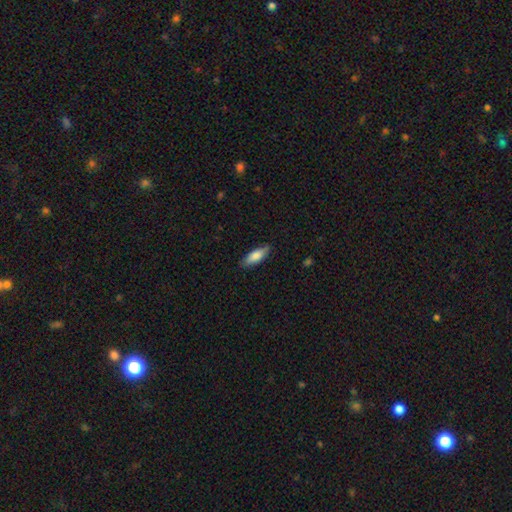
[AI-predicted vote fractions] A smooth galaxy with no disk features (80%) that is in between round and cigar-shaped (60%).

Vote fractions:
- Smooth or featured? smooth: 80% / featured or disk: 14% / star or artifact: 6%
- How rounded? in between: 60% / cigar-shaped: 38% / round: 2%
- Merging? none: 83% / minor disturbance: 13% / major disturbance: 2% / merger: 1%